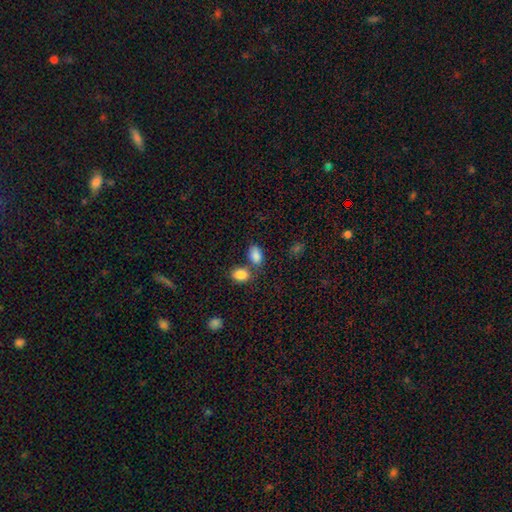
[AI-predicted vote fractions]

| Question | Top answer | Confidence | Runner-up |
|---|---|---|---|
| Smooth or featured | smooth | 85% | star or artifact (9%) |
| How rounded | in between | 86% | round (12%) |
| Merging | none | 50% | merger (32%) |